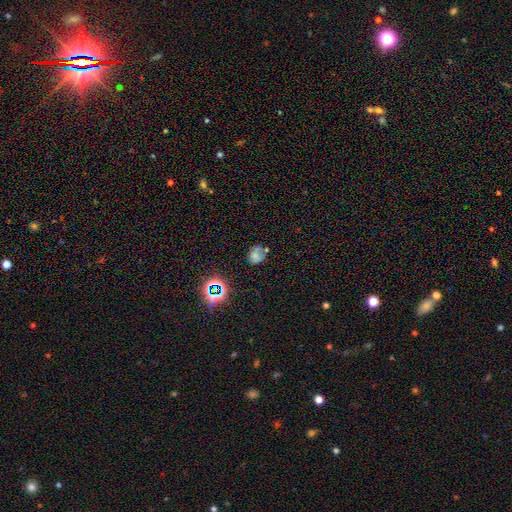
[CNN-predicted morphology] smooth_or_featured: smooth (p=0.48) [alt: featured or disk p=0.28]
merging: none (p=0.48) [alt: minor disturbance p=0.25]